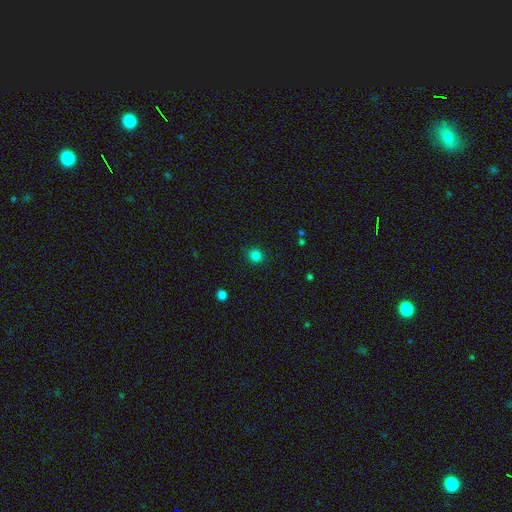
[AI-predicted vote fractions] This is clearly a smooth galaxy (83%). How rounded: clearly round (91%). Merging: clearly none (91%).